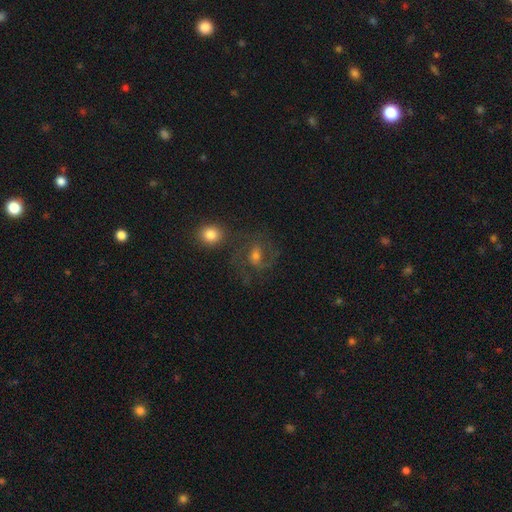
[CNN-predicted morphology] Smooth or featured?
  - featured or disk: 67% *
  - smooth: 20%
  - star or artifact: 13%
Edge-on disk?
  - no: 97% *
  - yes: 3%
Bar?
  - weak: 47% *
  - no: 39%
  - strong: 15%
Spiral arms?
  - yes: 89% *
  - no: 11%
Spiral winding?
  - medium: 56% *
  - tight: 23%
  - loose: 21%
Spiral arm count?
  - 2: 69% *
  - can't tell: 13%
  - 3: 9%
  - 1: 5%
  - 4: 3%
  - more than 4: 2%
Bulge size?
  - moderate: 51% *
  - small: 38%
  - large: 6%
  - none: 4%
  - dominant: 1%
Merging?
  - none: 60% *
  - minor disturbance: 17%
  - major disturbance: 16%
  - merger: 6%